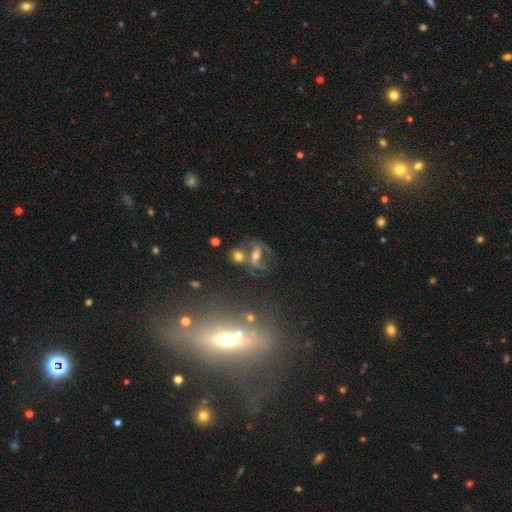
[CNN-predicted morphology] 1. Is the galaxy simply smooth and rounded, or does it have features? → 59% featured or disk, 24% smooth, 17% star or artifact.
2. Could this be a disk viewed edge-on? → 91% no, 9% yes.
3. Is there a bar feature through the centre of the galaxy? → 35% strong, 33% no, 32% weak.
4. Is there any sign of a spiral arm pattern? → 72% yes, 28% no.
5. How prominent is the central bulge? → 63% moderate, 25% small, 7% large, 3% none, 2% dominant.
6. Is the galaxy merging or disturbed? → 42% none, 30% merger, 15% minor disturbance, 14% major disturbance.